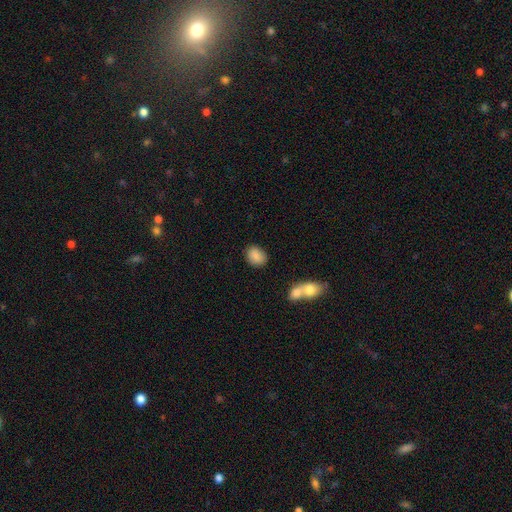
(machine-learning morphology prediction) This is clearly a smooth galaxy (87%). How rounded: possibly in between (59%). Merging: likely none (79%).